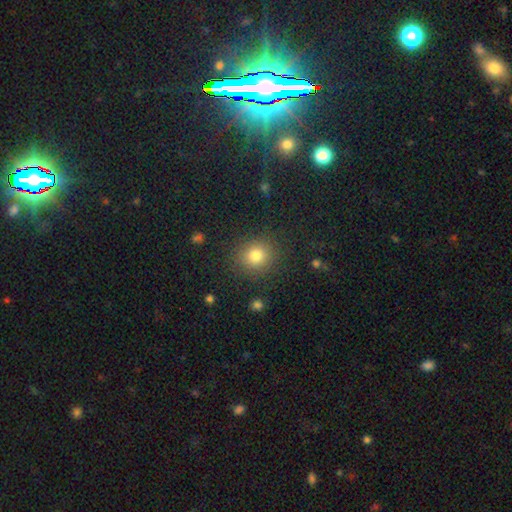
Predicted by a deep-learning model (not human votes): This is likely a smooth galaxy (80%). How rounded: clearly round (85%). Merging: clearly none (87%).